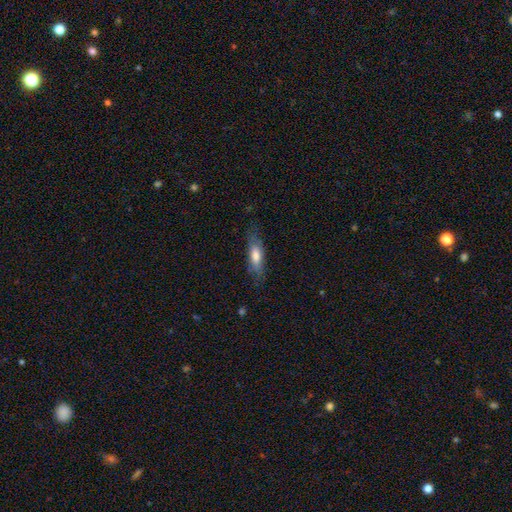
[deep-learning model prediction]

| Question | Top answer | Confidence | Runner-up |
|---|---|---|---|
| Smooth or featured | smooth | 68% | featured or disk (25%) |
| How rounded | in between | 50% | cigar-shaped (48%) |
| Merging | none | 70% | minor disturbance (21%) |